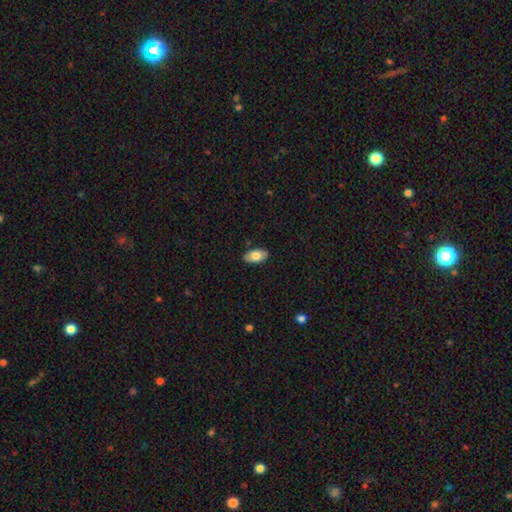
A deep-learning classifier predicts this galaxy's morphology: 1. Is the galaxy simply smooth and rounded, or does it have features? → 78% smooth, 16% featured or disk, 6% star or artifact.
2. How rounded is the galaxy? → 94% in between, 3% round, 2% cigar-shaped.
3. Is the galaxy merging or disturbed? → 88% none, 9% minor disturbance, 2% major disturbance, 1% merger.